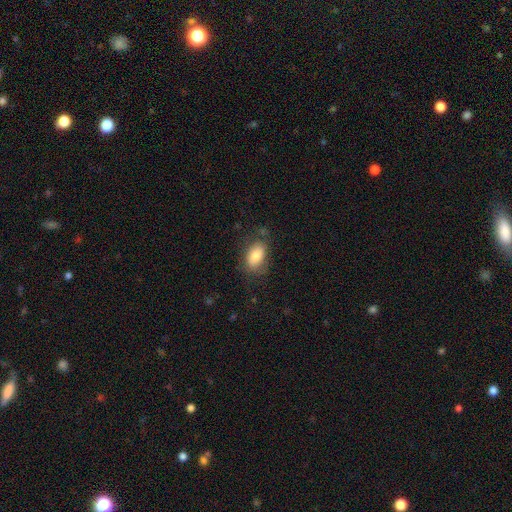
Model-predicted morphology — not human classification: type=smooth (80%); roundness=in between (91%); merging=none (71%).